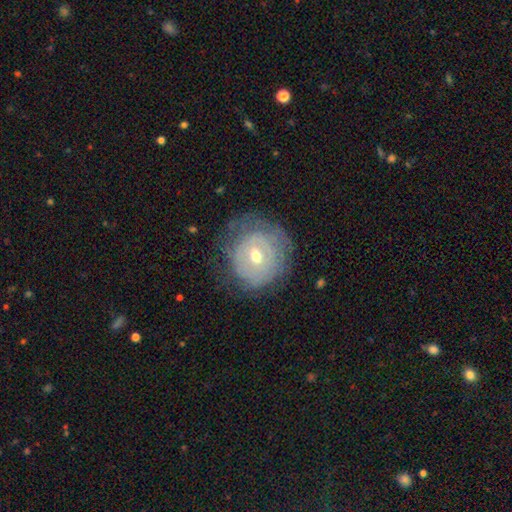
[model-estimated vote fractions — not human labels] featured or disk 63%, smooth 29%, star or artifact 8%. Down the decision tree: edge-on disk — no (96%); bar — no (61%); spiral arms — yes (61%); bulge size — moderate (62%); merging — none (66%).